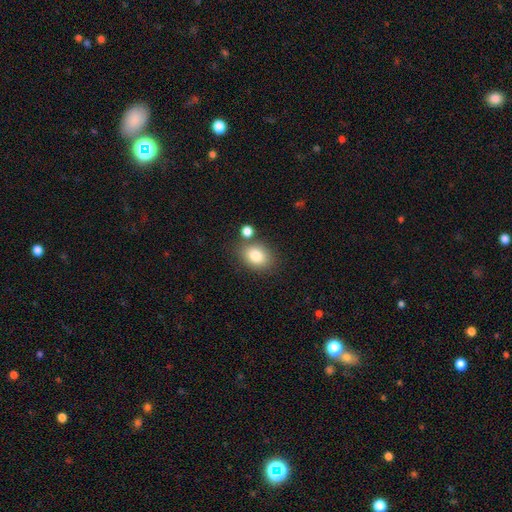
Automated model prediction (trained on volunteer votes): smooth-or-featured: smooth: 83% | star or artifact: 9% | featured or disk: 8%
  how-rounded: in between: 66% | round: 33% | cigar-shaped: 1%
  merging: none: 71% | minor disturbance: 13% | merger: 12% | major disturbance: 4%